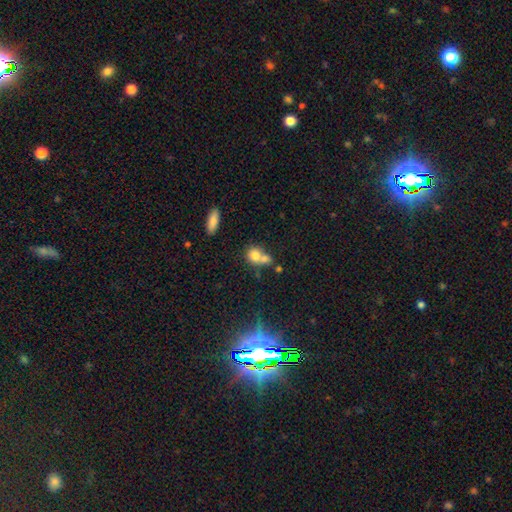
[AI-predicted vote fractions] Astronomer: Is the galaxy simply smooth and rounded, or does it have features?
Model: smooth — 74%.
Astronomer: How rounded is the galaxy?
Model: round — 66%.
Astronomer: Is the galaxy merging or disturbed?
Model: merger — 61%.